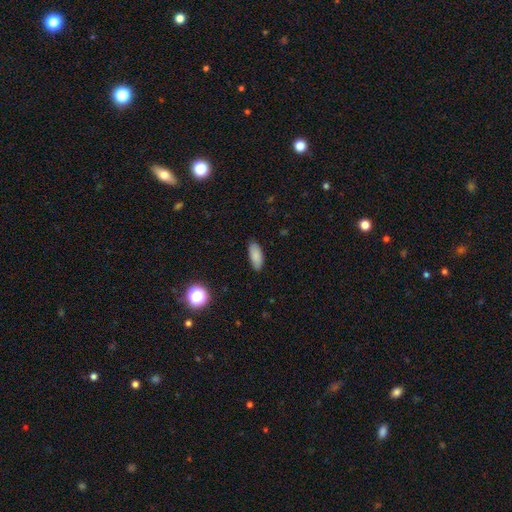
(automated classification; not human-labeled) This is clearly a smooth galaxy (86%). How rounded: clearly in between (82%). Merging: clearly none (87%).